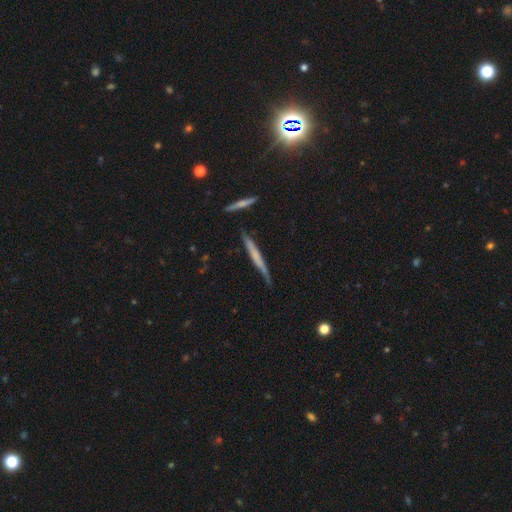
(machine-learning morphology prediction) Smooth or featured: featured or disk — 50% (smooth — 43%)
Edge-on disk: yes — 95% (no — 5%)
Merging: none — 76% (minor disturbance — 17%)